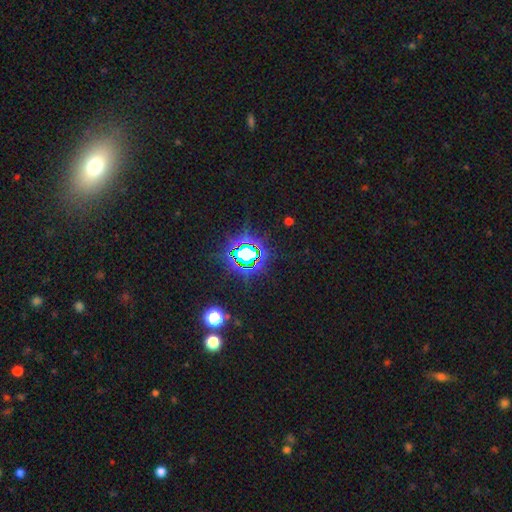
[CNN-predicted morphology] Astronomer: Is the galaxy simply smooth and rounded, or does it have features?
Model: star or artifact — 79%.